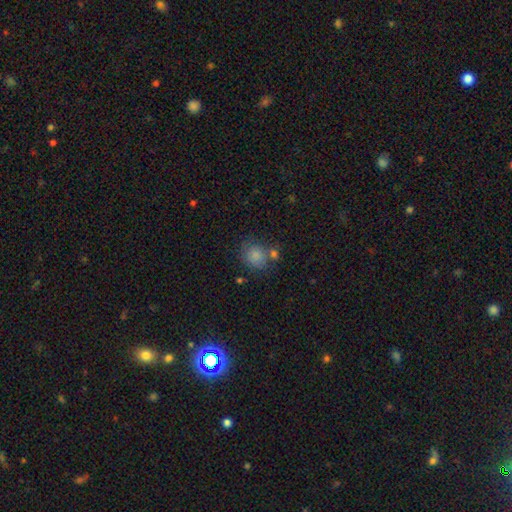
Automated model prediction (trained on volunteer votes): Smooth or featured: smooth — 83% (star or artifact — 10%)
How rounded: round — 76% (in between — 23%)
Merging: none — 58% (merger — 17%)